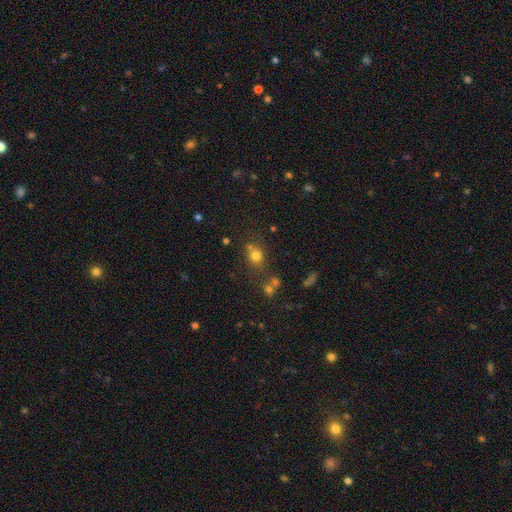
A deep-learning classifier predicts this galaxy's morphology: Smooth or featured? smooth (73%)
How rounded? round (75%)
Merging? none (64%)